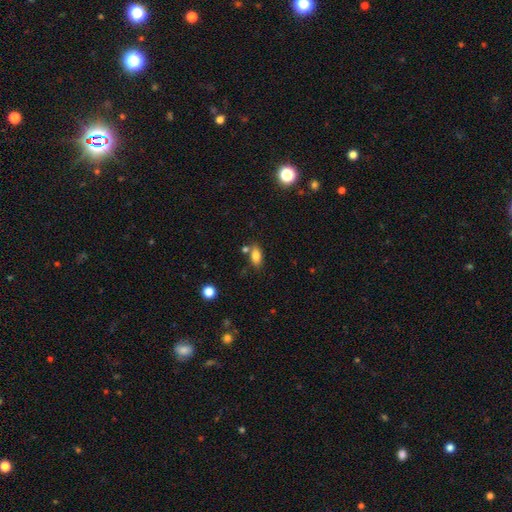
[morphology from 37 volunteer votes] smooth_or_featured: smooth (p=0.95) [alt: star or artifact p=0.05]
how_rounded: in between (p=0.83) [alt: cigar-shaped p=0.11]
merging: none (p=0.91) [alt: merger p=0.09]